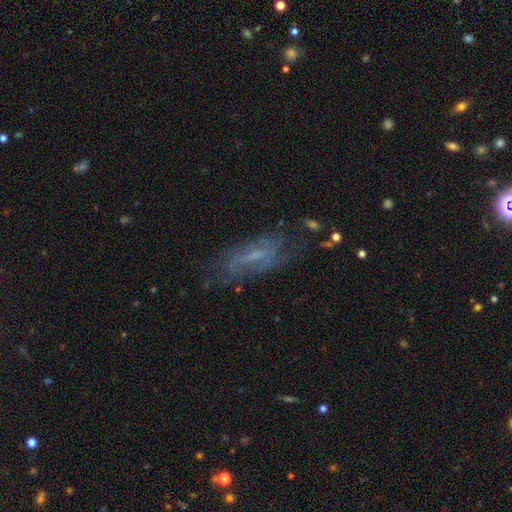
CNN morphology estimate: A featured or disk galaxy (59%). Merging: none (61%).